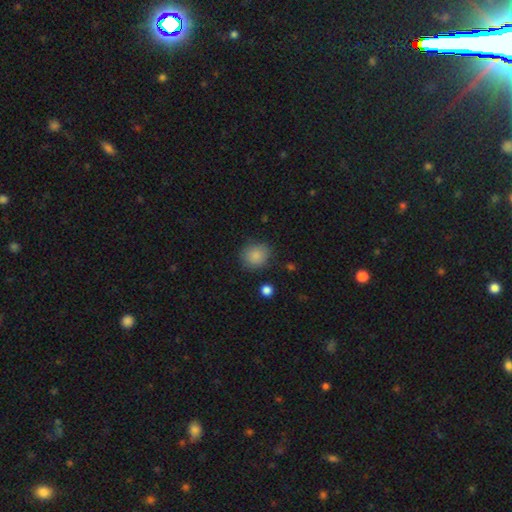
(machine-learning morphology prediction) smooth 86%, star or artifact 9%, featured or disk 5%. Down the decision tree: how rounded — round (74%); merging — none (82%).